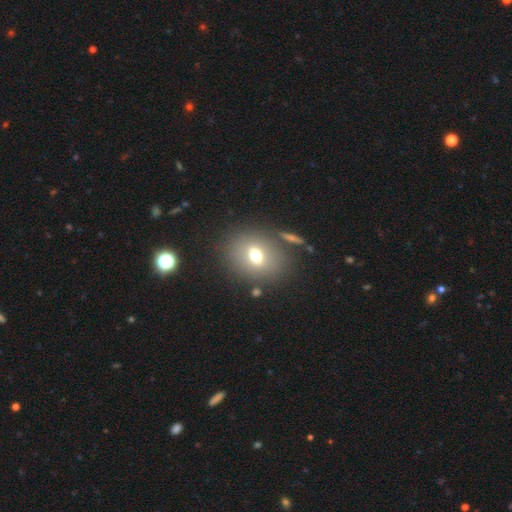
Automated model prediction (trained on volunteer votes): Q: Smooth or featured?
A: smooth (66%); runner-up: featured or disk (21%)
Q: How rounded?
A: round (52%); runner-up: in between (46%)
Q: Merging?
A: none (77%); runner-up: minor disturbance (10%)